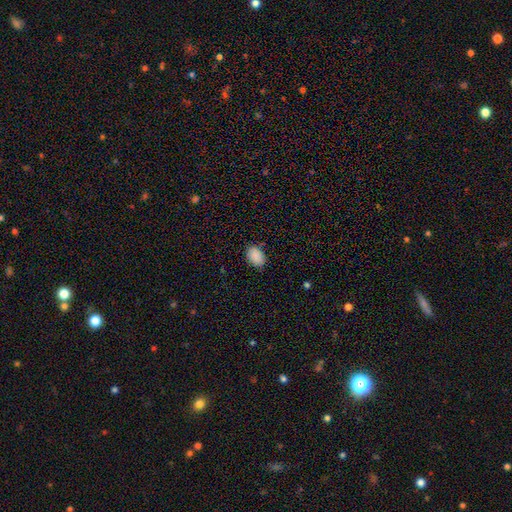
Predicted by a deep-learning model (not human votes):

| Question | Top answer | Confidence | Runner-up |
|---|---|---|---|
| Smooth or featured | smooth | 89% | star or artifact (8%) |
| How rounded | in between | 82% | round (17%) |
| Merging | none | 83% | minor disturbance (13%) |